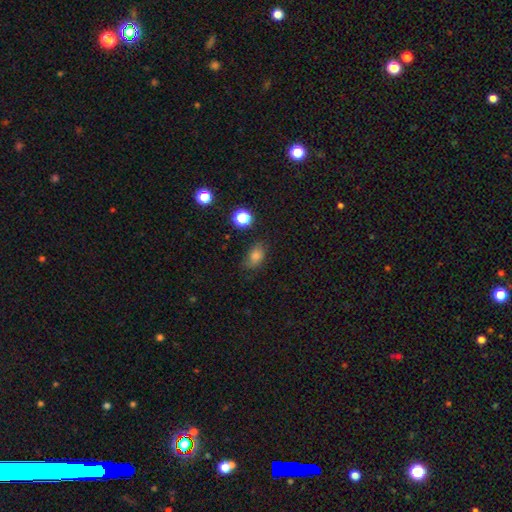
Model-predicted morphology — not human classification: type=smooth (78%); roundness=in between (81%); merging=none (72%).